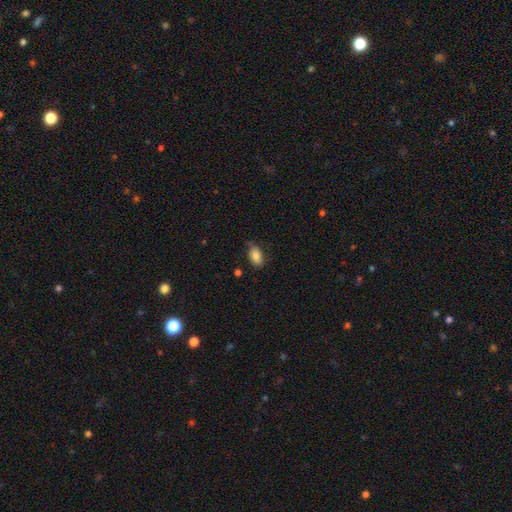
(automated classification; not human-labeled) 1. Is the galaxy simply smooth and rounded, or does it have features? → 81% smooth, 11% featured or disk, 8% star or artifact.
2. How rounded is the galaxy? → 92% in between, 6% round, 2% cigar-shaped.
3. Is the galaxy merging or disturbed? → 70% none, 23% minor disturbance, 5% major disturbance, 2% merger.